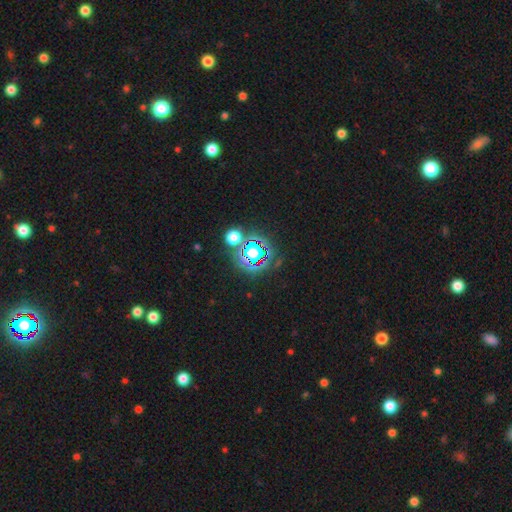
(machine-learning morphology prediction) This is likely a star or artifact rather than a galaxy (72%).